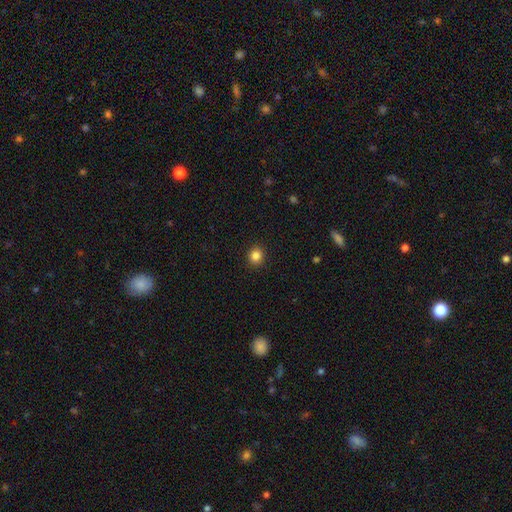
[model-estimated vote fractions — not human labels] This is clearly a smooth galaxy (85%). How rounded: clearly round (84%). Merging: clearly none (92%).